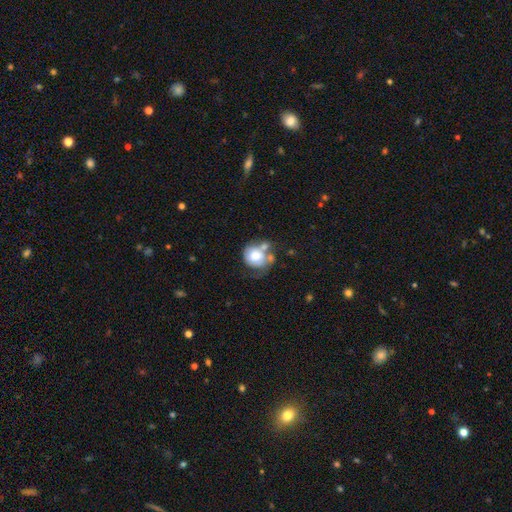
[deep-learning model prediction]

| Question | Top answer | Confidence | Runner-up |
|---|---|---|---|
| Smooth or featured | smooth | 61% | featured or disk (31%) |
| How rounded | round | 73% | in between (26%) |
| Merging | none | 30% | merger (28%) |